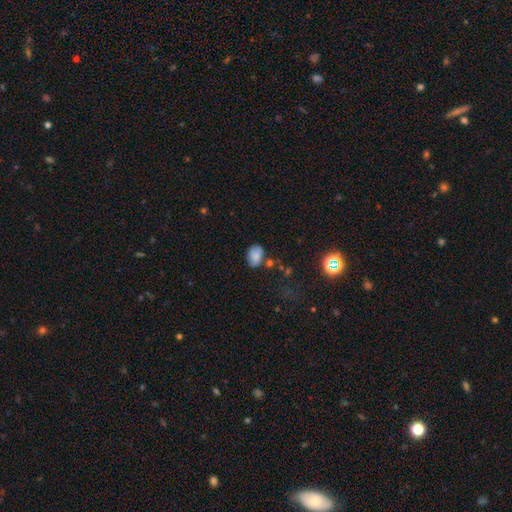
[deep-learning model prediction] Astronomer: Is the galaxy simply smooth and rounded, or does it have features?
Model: smooth — 78%.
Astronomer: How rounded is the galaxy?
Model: in between — 81%.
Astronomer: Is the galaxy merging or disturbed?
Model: none — 66%.